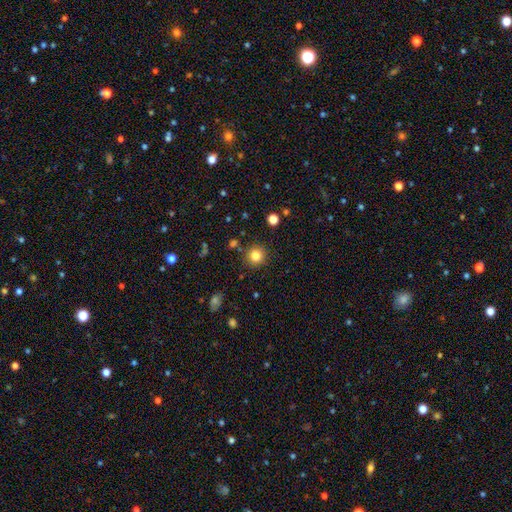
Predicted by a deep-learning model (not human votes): Overall: smooth (82%). How rounded: round (93%). Merging: none (88%).